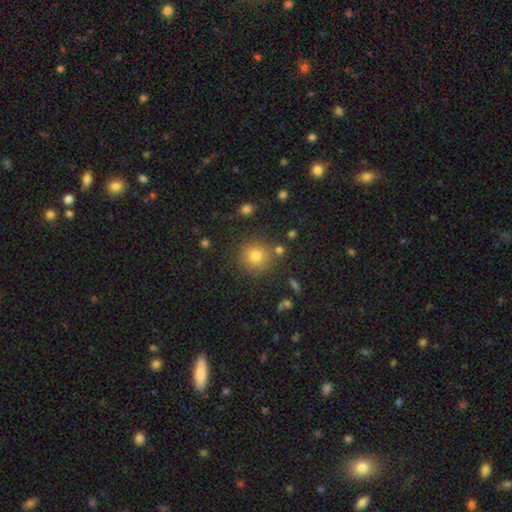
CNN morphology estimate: smooth 77%, star or artifact 16%, featured or disk 8%. Down the decision tree: how rounded — round (93%); merging — none (83%).